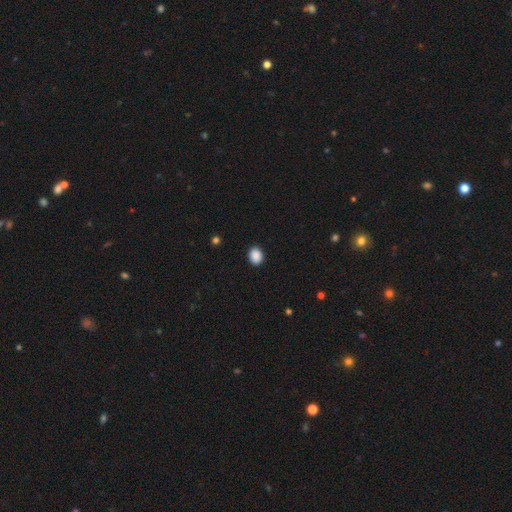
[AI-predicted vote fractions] The model was most divided on "how rounded": in between: 50%, round: 49%, cigar-shaped: 1%. More confident: merging — none (91%); smooth or featured — smooth (89%).